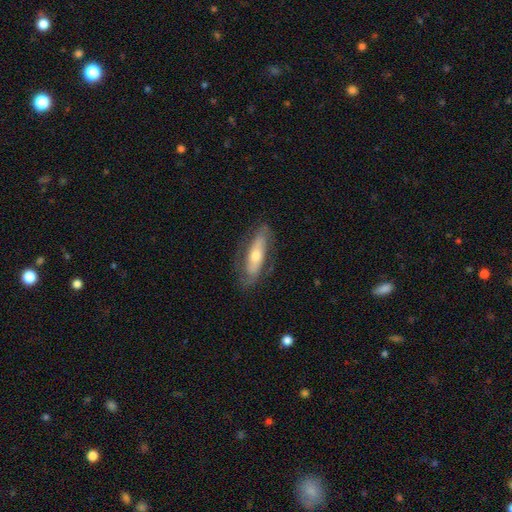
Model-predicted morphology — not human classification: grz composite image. It shows a featured or disk galaxy (62%). Merging: none (77%).